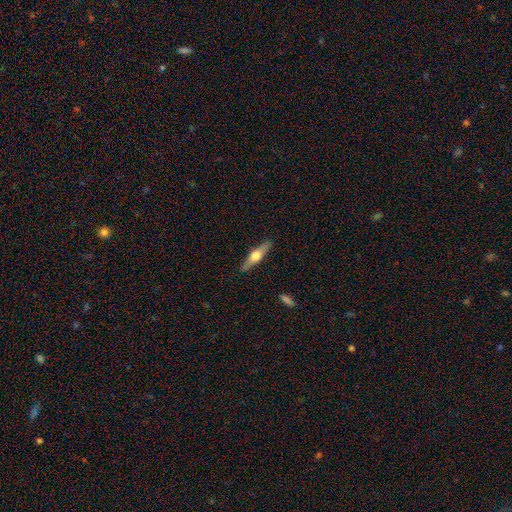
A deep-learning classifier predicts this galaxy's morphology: smooth_or_featured: featured or disk (p=0.57) [alt: smooth p=0.38]
disk_edge_on: yes (p=0.93) [alt: no p=0.07]
edge_on_bulge: rounded (p=0.94) [alt: boxy p=0.04]
merging: none (p=0.87) [alt: minor disturbance p=0.10]